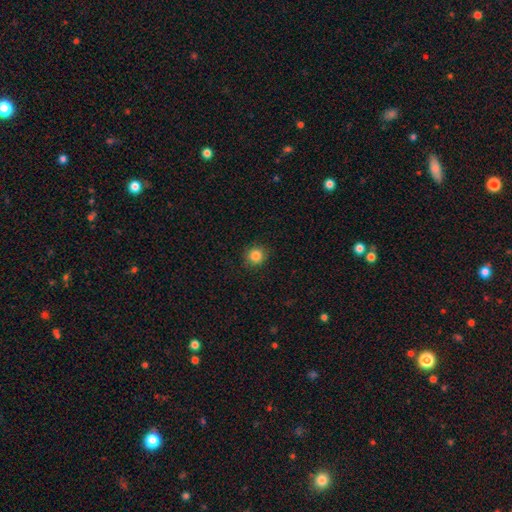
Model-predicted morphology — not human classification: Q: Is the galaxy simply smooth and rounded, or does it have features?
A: smooth — 85%.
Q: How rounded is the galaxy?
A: round — 91%.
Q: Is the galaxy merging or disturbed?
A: none — 89%.